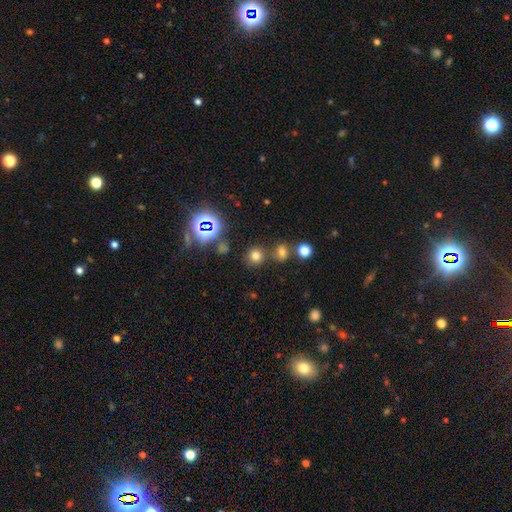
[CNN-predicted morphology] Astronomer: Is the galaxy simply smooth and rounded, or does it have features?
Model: smooth — 68%.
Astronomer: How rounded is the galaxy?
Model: round — 86%.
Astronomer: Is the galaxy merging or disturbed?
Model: none — 72%.